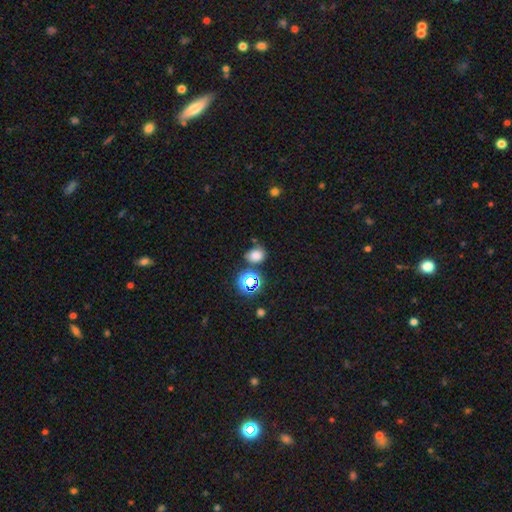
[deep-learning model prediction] Smooth or featured?
  - smooth: 70% *
  - star or artifact: 24%
  - featured or disk: 7%
How rounded?
  - round: 51% *
  - in between: 48%
  - cigar-shaped: 1%
Merging?
  - none: 65% *
  - minor disturbance: 19%
  - merger: 10%
  - major disturbance: 6%